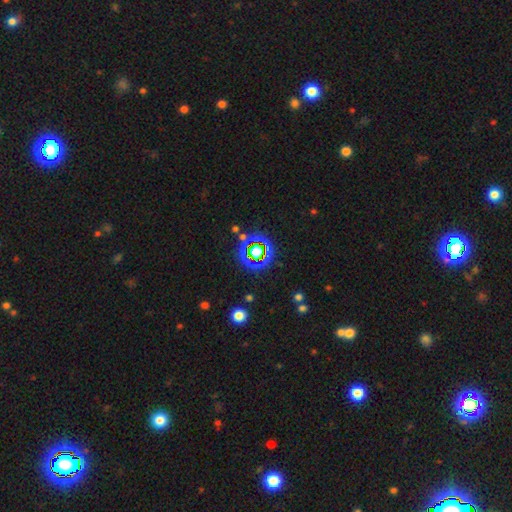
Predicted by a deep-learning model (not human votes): star or artifact 68%, smooth 20%, featured or disk 12%.